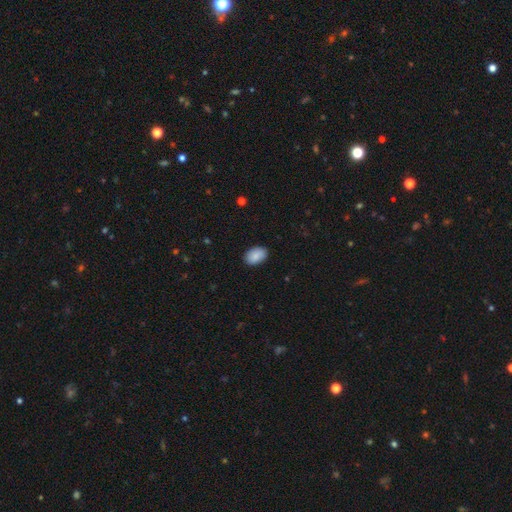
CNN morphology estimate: Overall: smooth (89%). How rounded: in between (89%). Merging: none (88%).